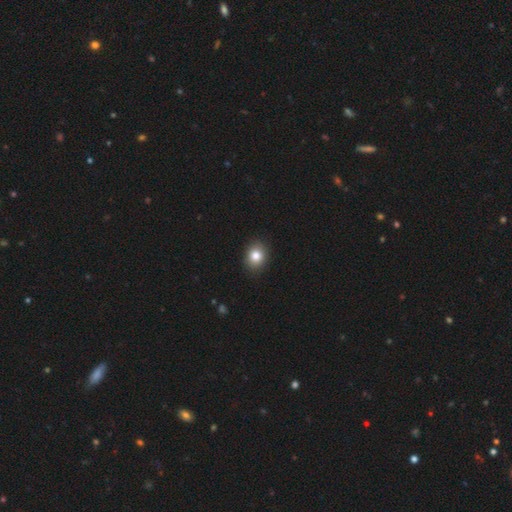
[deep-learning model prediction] Morphology: type=smooth (83%); roundness=round (59%); merging=none (90%).